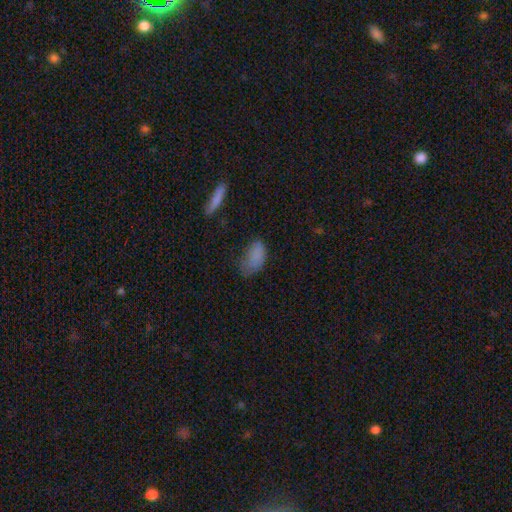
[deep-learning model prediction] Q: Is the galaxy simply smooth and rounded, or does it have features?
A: smooth — 81%.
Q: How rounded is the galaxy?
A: in between — 91%.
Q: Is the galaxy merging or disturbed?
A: none — 45%.